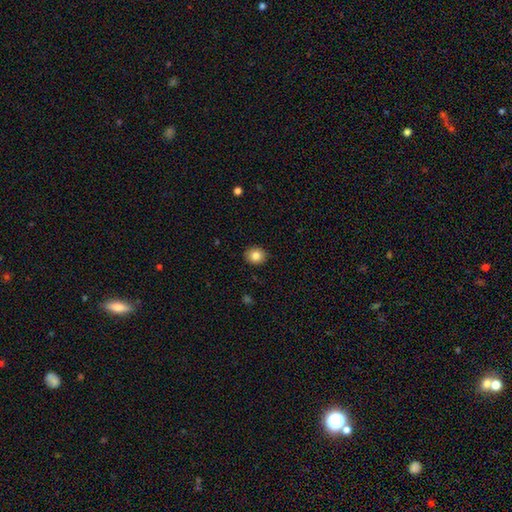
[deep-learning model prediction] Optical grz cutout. It shows a smooth galaxy with no disk features (84%) that is round (76%). Merging: none (90%).